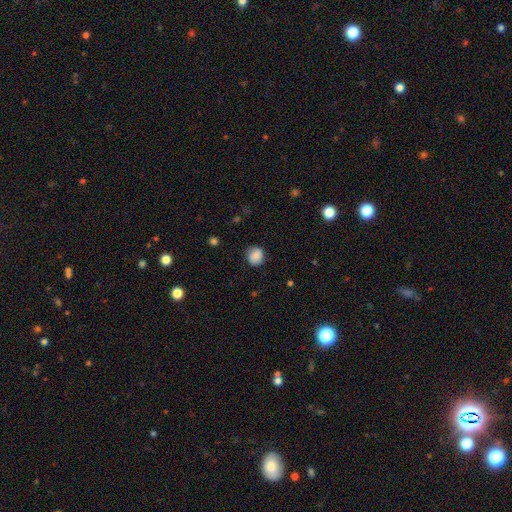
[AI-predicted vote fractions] The model was most divided on "how rounded": round: 83%, in between: 16%, cigar-shaped: 1%. More confident: smooth or featured — smooth (86%); merging — none (83%).